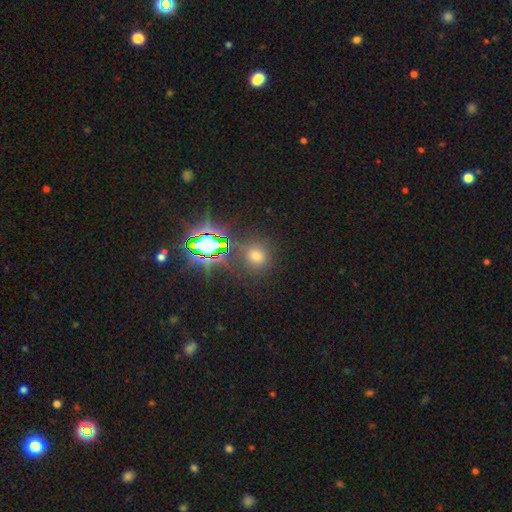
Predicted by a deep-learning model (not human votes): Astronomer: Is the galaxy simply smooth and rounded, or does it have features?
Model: smooth — 54% (runner-up: star or artifact, 38%).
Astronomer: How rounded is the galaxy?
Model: round — 86%.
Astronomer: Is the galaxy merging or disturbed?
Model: none — 81%.